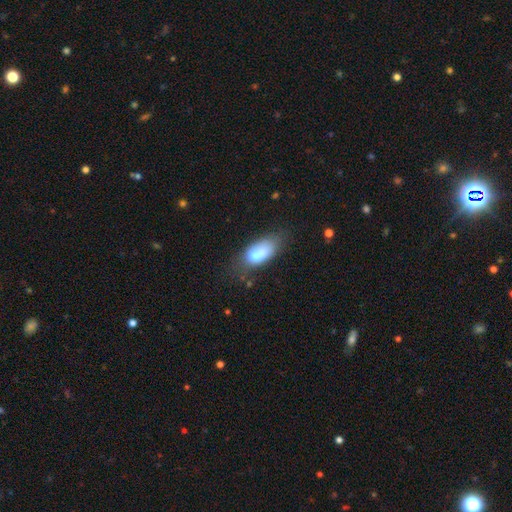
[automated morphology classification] The model was most divided on "merging": none: 43%, minor disturbance: 26%, merger: 18%, major disturbance: 14%. More confident: how rounded — in between (87%); smooth or featured — smooth (72%).